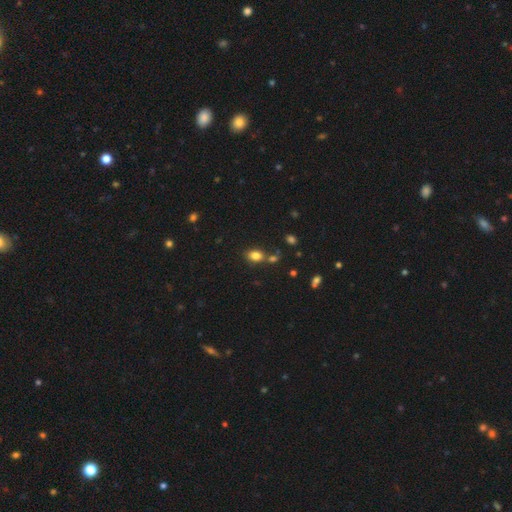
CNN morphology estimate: Smooth or featured?
  - smooth: 81% *
  - star or artifact: 12%
  - featured or disk: 7%
How rounded?
  - in between: 72% *
  - round: 26%
  - cigar-shaped: 2%
Merging?
  - none: 65% *
  - merger: 18%
  - minor disturbance: 13%
  - major disturbance: 4%